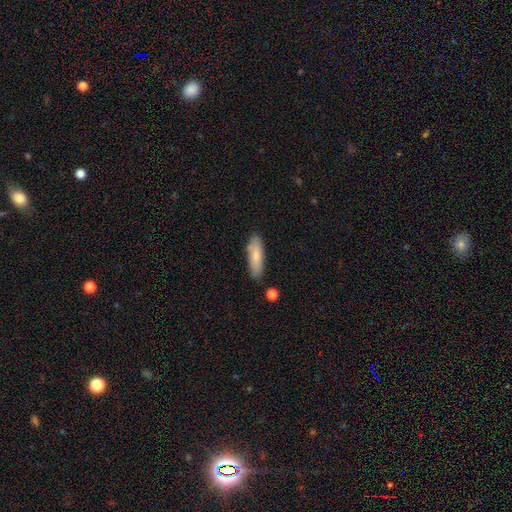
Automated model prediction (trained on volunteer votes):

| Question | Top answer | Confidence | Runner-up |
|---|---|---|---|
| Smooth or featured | smooth | 78% | featured or disk (16%) |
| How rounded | in between | 50% | cigar-shaped (48%) |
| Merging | none | 78% | minor disturbance (15%) |